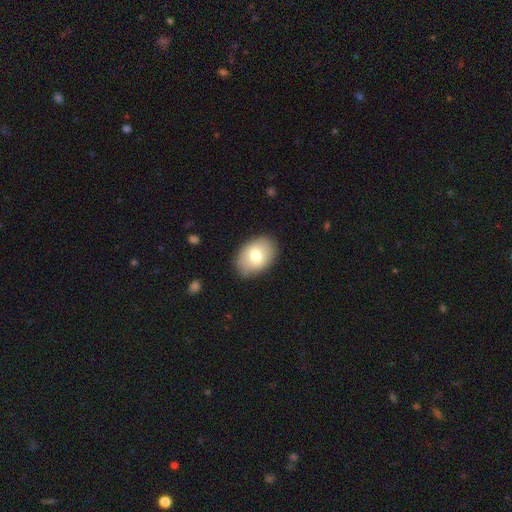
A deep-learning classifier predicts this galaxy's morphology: smooth-or-featured: smooth: 75% | featured or disk: 18% | star or artifact: 7%
  how-rounded: in between: 83% | round: 16% | cigar-shaped: 1%
  merging: none: 84% | minor disturbance: 12% | major disturbance: 3% | merger: 1%